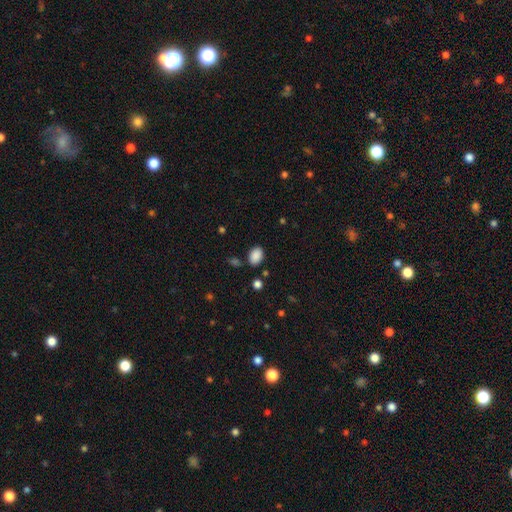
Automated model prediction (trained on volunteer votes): Morphology: type=smooth (88%); roundness=in between (84%); merging=none (81%).